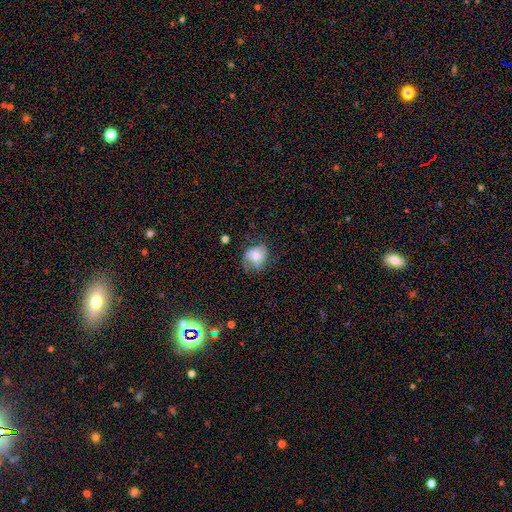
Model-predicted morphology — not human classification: A smooth galaxy with no disk features (58%) that is round (57%). Merging: none (53%).